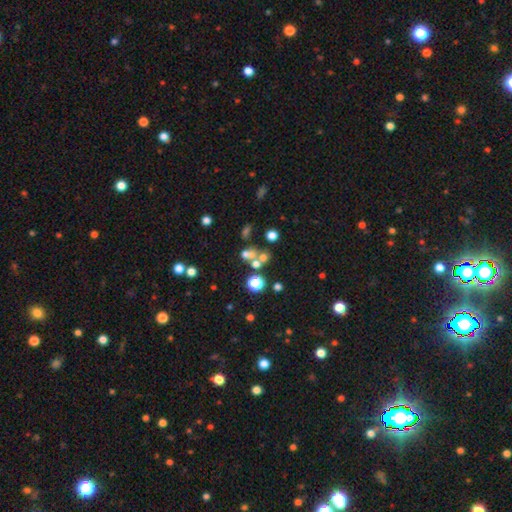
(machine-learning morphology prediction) Smooth or featured?
  - smooth: 42% *
  - star or artifact: 36%
  - featured or disk: 22%
Merging?
  - none: 45% *
  - merger: 38%
  - minor disturbance: 9%
  - major disturbance: 8%